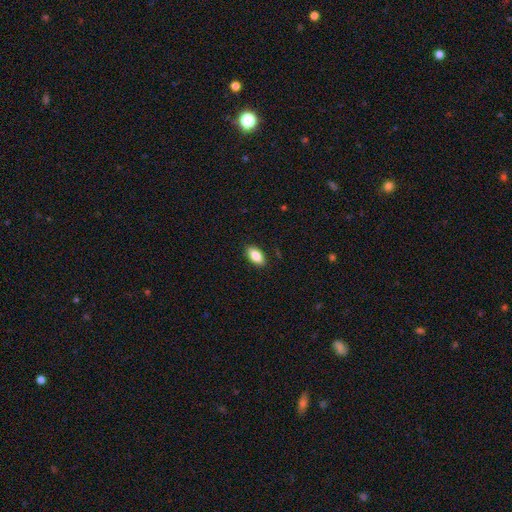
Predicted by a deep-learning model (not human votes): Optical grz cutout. It shows a smooth galaxy with no disk features (85%) that is in between round and cigar-shaped (92%). Merging: none (88%).